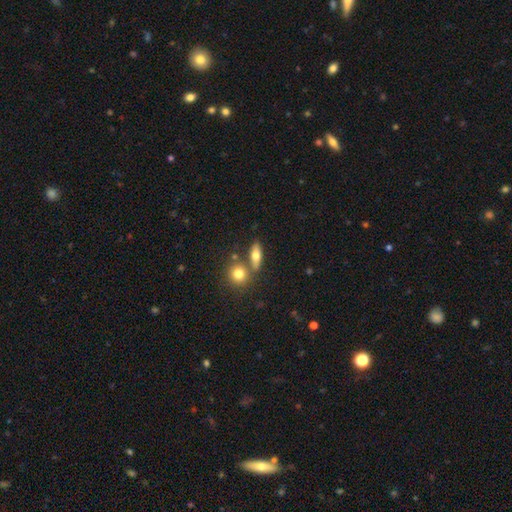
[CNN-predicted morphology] smooth_or_featured: smooth (p=0.66) [alt: featured or disk p=0.26]
how_rounded: in between (p=0.64) [alt: cigar-shaped p=0.25]
merging: none (p=0.67) [alt: merger p=0.19]